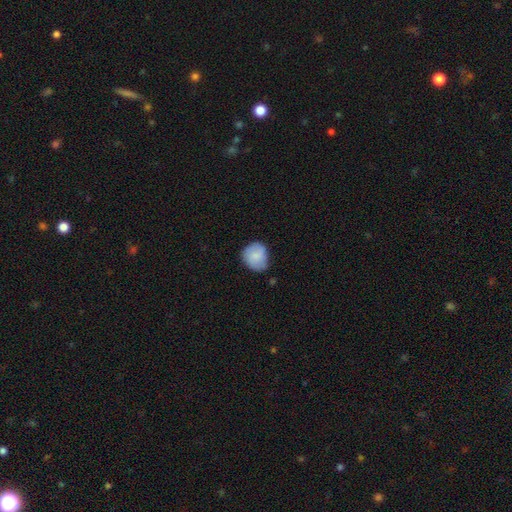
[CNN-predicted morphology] The model was most divided on "merging": none: 63%, minor disturbance: 29%, major disturbance: 6%, merger: 2%. More confident: smooth or featured — smooth (77%); how rounded — round (75%).